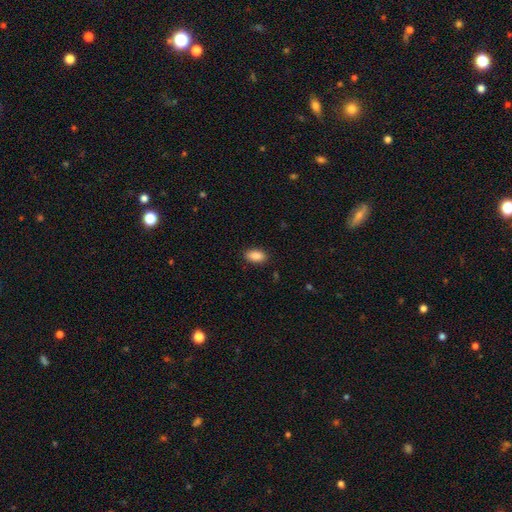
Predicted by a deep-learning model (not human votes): A smooth galaxy with no disk features (88%) that is in between round and cigar-shaped (92%).

Vote fractions:
- Smooth or featured? smooth: 88% / star or artifact: 7% / featured or disk: 5%
- How rounded? in between: 92% / round: 4% / cigar-shaped: 4%
- Merging? none: 89% / minor disturbance: 8% / major disturbance: 2% / merger: 1%